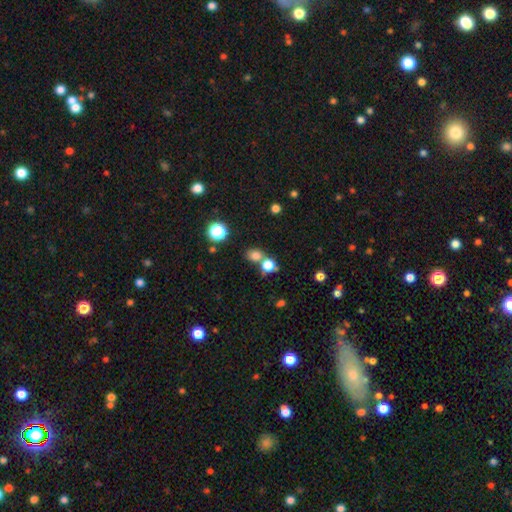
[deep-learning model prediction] Smooth or featured?
  - smooth: 75% *
  - star or artifact: 17%
  - featured or disk: 8%
How rounded?
  - round: 62% *
  - in between: 36%
  - cigar-shaped: 1%
Merging?
  - none: 50% *
  - merger: 36%
  - minor disturbance: 9%
  - major disturbance: 5%